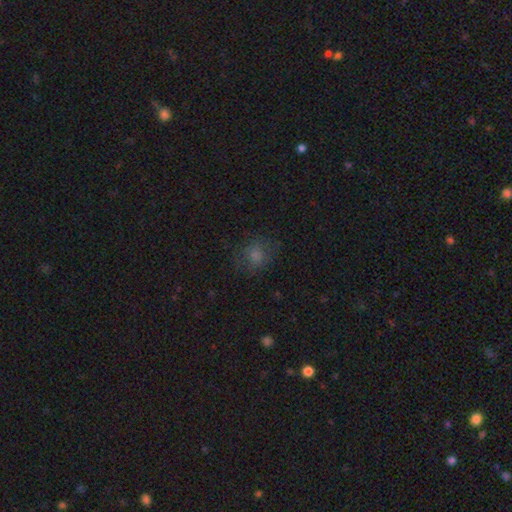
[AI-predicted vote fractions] This appears to be a smooth galaxy with no disk features (64%) that is round (74%). Merging: none (78%).